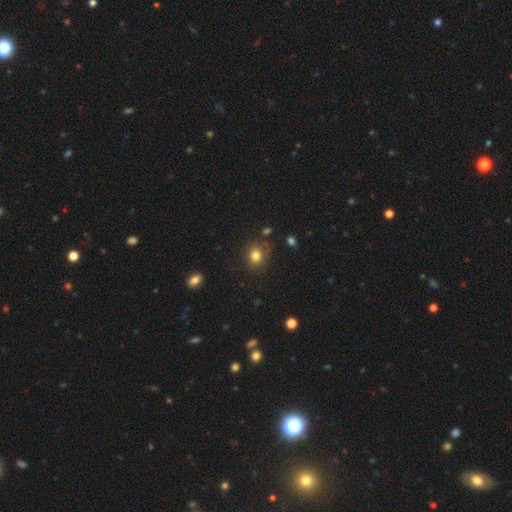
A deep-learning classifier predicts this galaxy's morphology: A smooth galaxy with no disk features (80%) that is round (74%).

Vote fractions:
- Smooth or featured? smooth: 80% / star or artifact: 12% / featured or disk: 8%
- How rounded? round: 74% / in between: 26% / cigar-shaped: 1%
- Merging? none: 75% / minor disturbance: 16% / major disturbance: 5% / merger: 3%